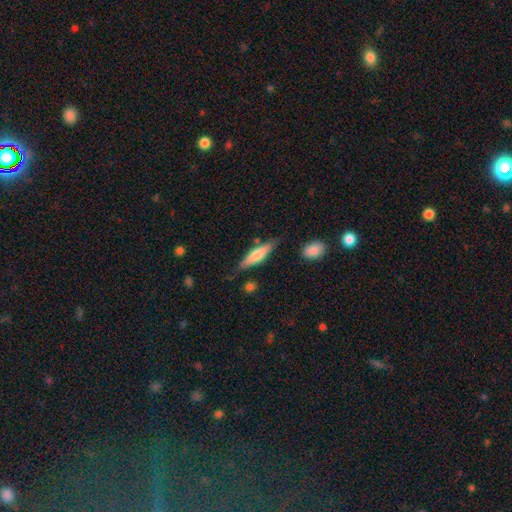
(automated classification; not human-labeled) Smooth or featured?
  - smooth: 62% *
  - featured or disk: 32%
  - star or artifact: 6%
How rounded?
  - cigar-shaped: 71% *
  - in between: 27%
  - round: 2%
Merging?
  - none: 75% *
  - minor disturbance: 17%
  - merger: 5%
  - major disturbance: 4%